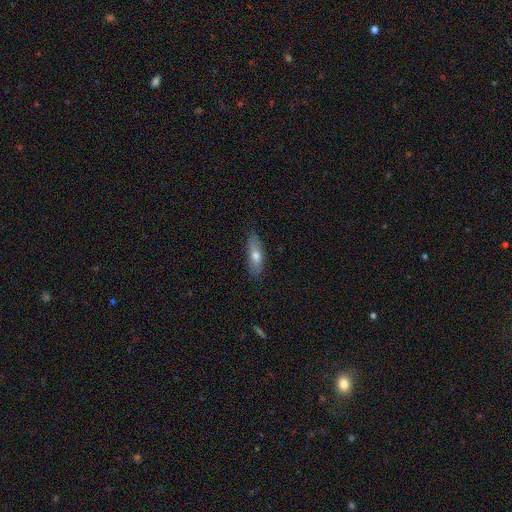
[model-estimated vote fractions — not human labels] A smooth galaxy with no disk features (67%) that is in between round and cigar-shaped (57%).

Vote fractions:
- Smooth or featured? smooth: 67% / featured or disk: 26% / star or artifact: 6%
- How rounded? in between: 57% / cigar-shaped: 40% / round: 3%
- Merging? none: 81% / minor disturbance: 15% / major disturbance: 3% / merger: 1%